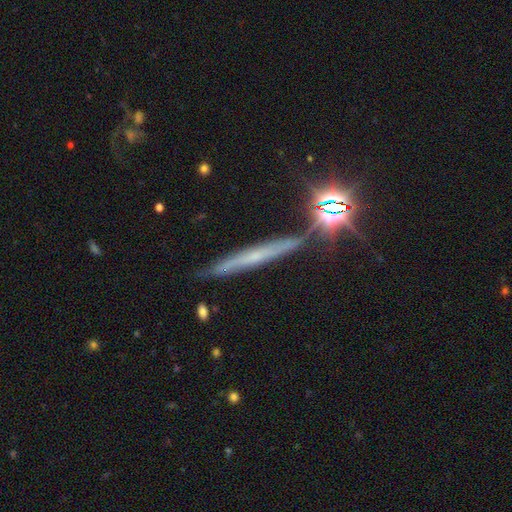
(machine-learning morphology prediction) This appears to be a featured or disk galaxy (49%). Merging: none (84%).